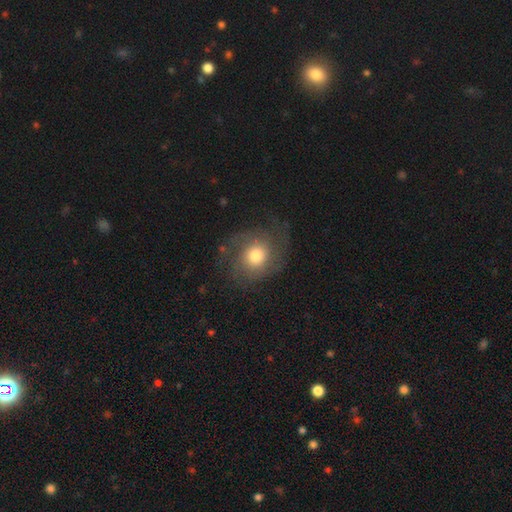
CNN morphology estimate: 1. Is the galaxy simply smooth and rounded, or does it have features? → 52% featured or disk, 39% smooth, 9% star or artifact.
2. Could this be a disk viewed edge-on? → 97% no, 3% yes.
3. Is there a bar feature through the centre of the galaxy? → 82% no, 15% weak, 3% strong.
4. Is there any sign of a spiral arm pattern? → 83% yes, 17% no.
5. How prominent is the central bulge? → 56% moderate, 28% large, 11% small, 4% dominant, 2% none.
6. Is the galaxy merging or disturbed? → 65% none, 18% minor disturbance, 15% major disturbance, 2% merger.